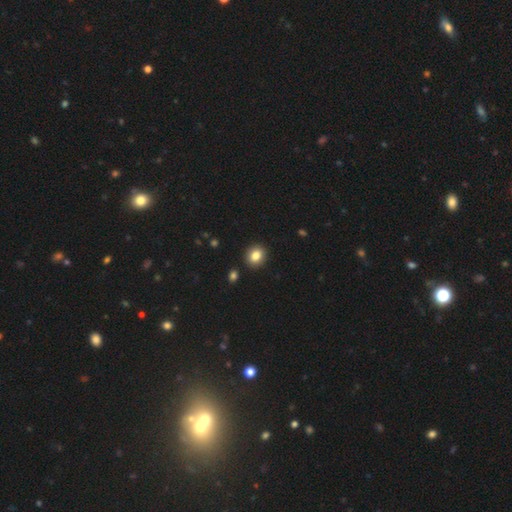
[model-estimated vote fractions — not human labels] Morphology: type=smooth (84%); roundness=round (68%); merging=none (91%).